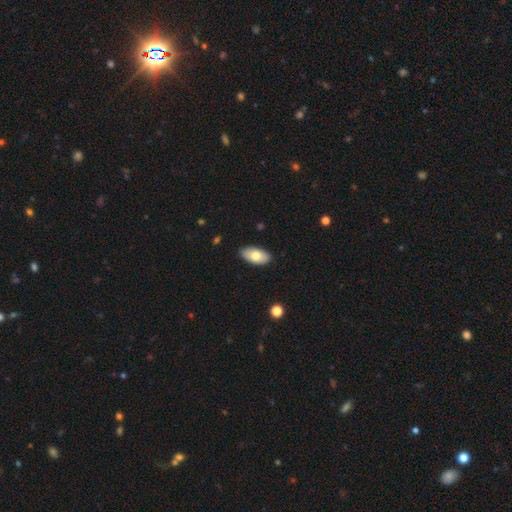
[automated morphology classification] Smooth or featured? Predicted: smooth (p=0.74). How rounded? Predicted: in between (p=0.94). Merging? Predicted: none (p=0.88).